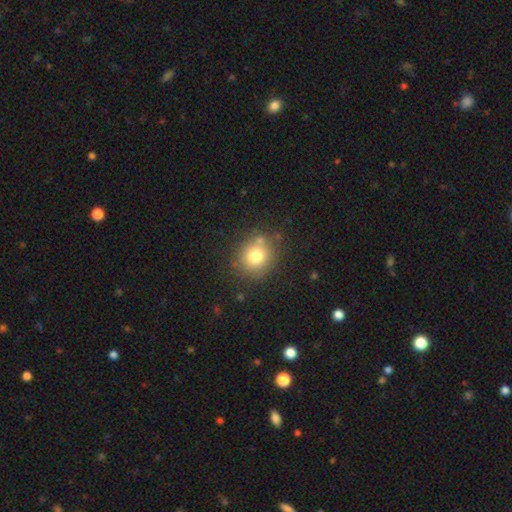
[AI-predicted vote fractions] The model was most divided on "smooth or featured": smooth: 76%, star or artifact: 13%, featured or disk: 11%. More confident: how rounded — round (83%); merging — none (78%).